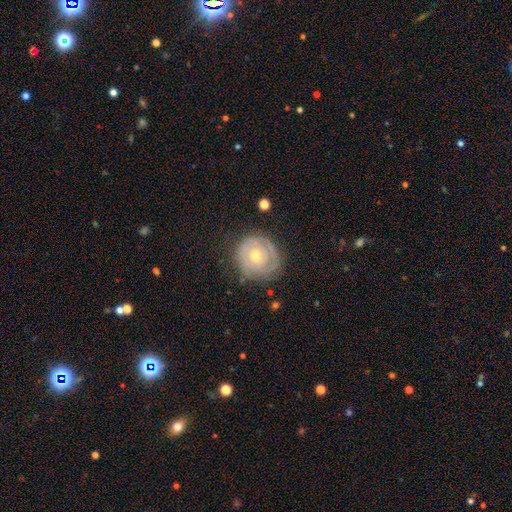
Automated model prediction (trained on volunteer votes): Smooth or featured: featured or disk — 67% (smooth — 26%)
Edge-on disk: no — 97% (yes — 3%)
Bar: no — 84% (weak — 13%)
Spiral arms: yes — 70% (no — 30%)
Bulge size: moderate — 65% (small — 31%)
Merging: none — 72% (minor disturbance — 19%)